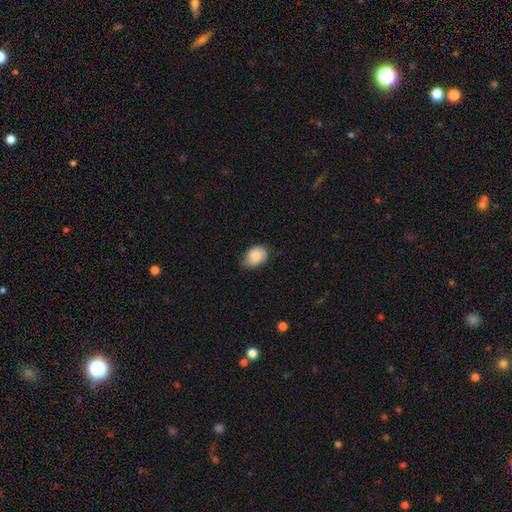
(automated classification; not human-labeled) smooth-or-featured: smooth: 82% | featured or disk: 11% | star or artifact: 7%
  how-rounded: in between: 74% | round: 25% | cigar-shaped: 1%
  merging: none: 62% | minor disturbance: 32% | major disturbance: 5% | merger: 1%